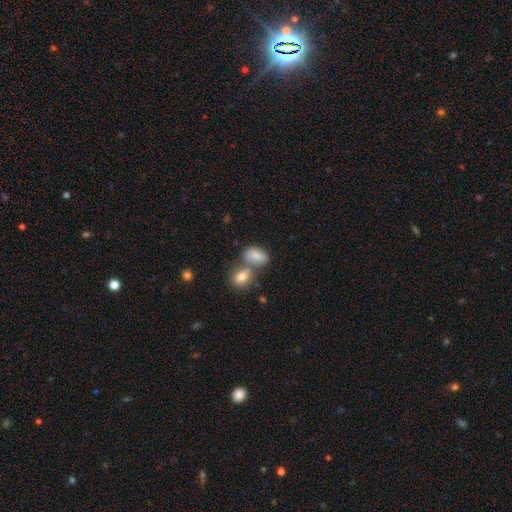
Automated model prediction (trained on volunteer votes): Smooth or featured? smooth (80%)
How rounded? in between (87%)
Merging? merger (47%)